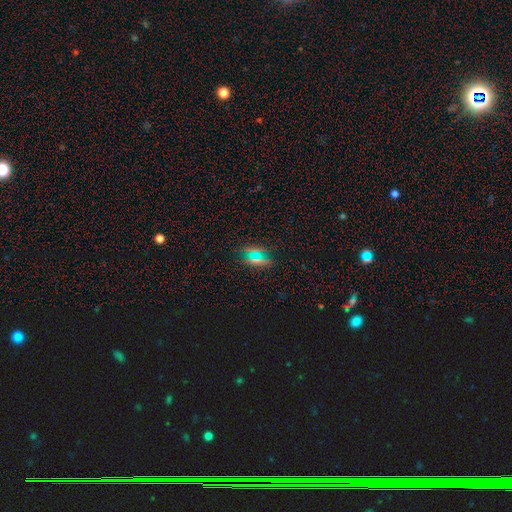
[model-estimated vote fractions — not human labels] Smooth or featured? Predicted: smooth (p=0.58). How rounded? Predicted: in between (p=0.70). Merging? Predicted: none (p=0.80).